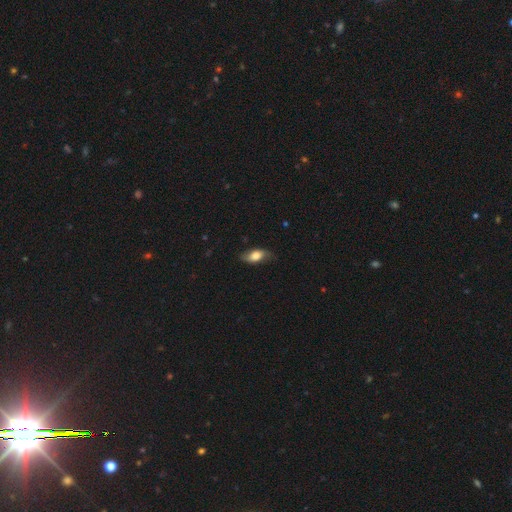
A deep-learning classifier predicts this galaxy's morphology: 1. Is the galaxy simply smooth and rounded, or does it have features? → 62% smooth, 31% featured or disk, 7% star or artifact.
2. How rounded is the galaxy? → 85% in between, 9% cigar-shaped, 7% round.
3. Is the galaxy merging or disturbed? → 71% none, 22% minor disturbance, 6% major disturbance, 1% merger.